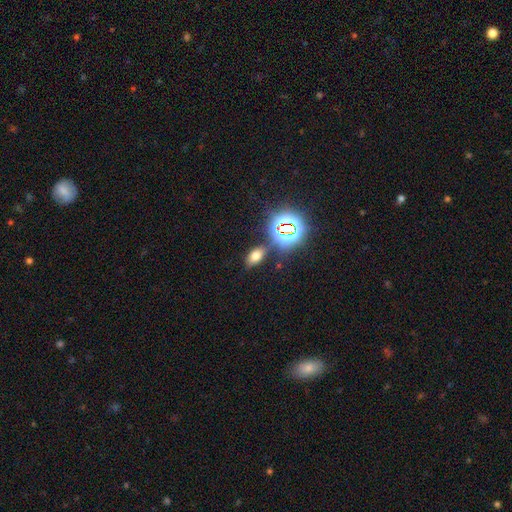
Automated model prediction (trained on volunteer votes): smooth 59%, star or artifact 30%, featured or disk 12%. Down the decision tree: how rounded — in between (84%); merging — none (77%).